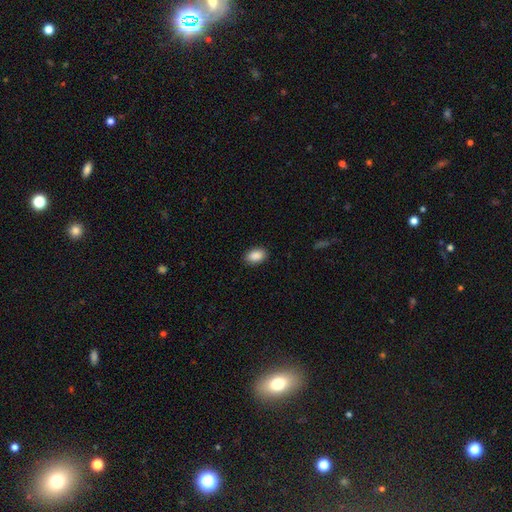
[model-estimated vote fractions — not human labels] smooth-or-featured: smooth: 90% | star or artifact: 7% | featured or disk: 3%
  how-rounded: in between: 89% | round: 10% | cigar-shaped: 1%
  merging: none: 89% | minor disturbance: 8% | major disturbance: 2% | merger: 1%